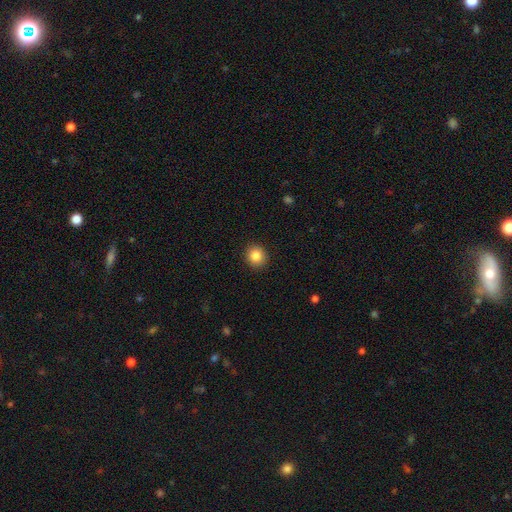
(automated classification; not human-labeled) This appears to be a smooth galaxy with no disk features (85%) that is round (88%). Merging: none (92%).